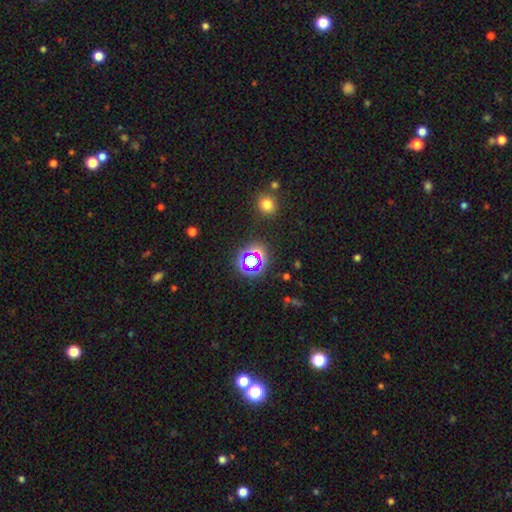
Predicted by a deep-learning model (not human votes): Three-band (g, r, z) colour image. It shows a star or artifact, not a galaxy (61%).